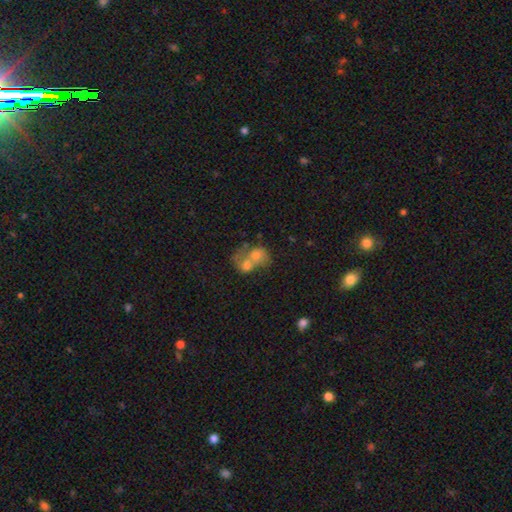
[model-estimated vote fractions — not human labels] Q: Smooth or featured?
A: smooth (60%); runner-up: featured or disk (28%)
Q: How rounded?
A: round (55%); runner-up: in between (44%)
Q: Merging?
A: merger (76%); runner-up: none (14%)